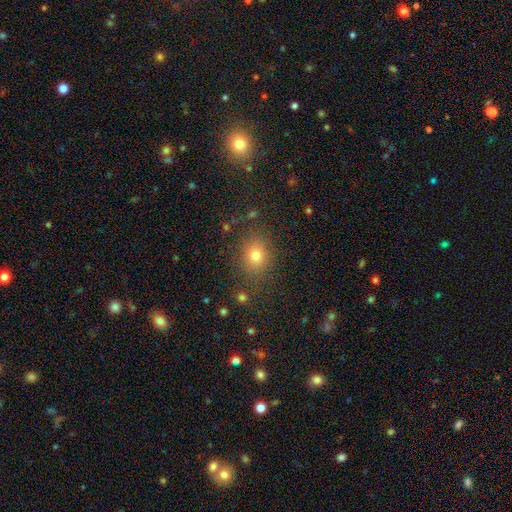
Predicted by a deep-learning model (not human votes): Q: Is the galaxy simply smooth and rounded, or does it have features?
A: smooth — 75%.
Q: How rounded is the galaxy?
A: round — 55%.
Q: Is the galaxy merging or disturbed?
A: none — 81%.